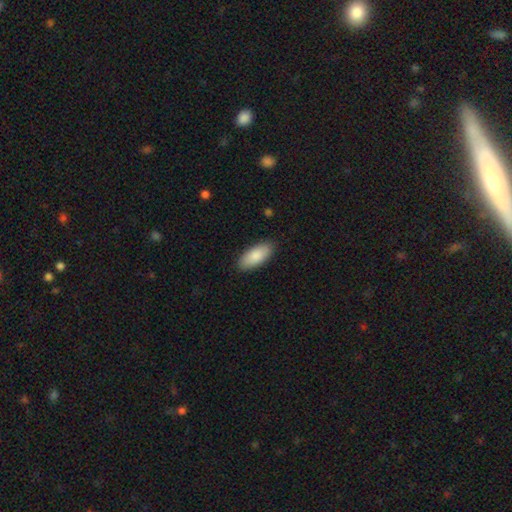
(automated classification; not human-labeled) Smooth or featured? Predicted: smooth (p=0.86). How rounded? Predicted: in between (p=0.87). Merging? Predicted: none (p=0.88).